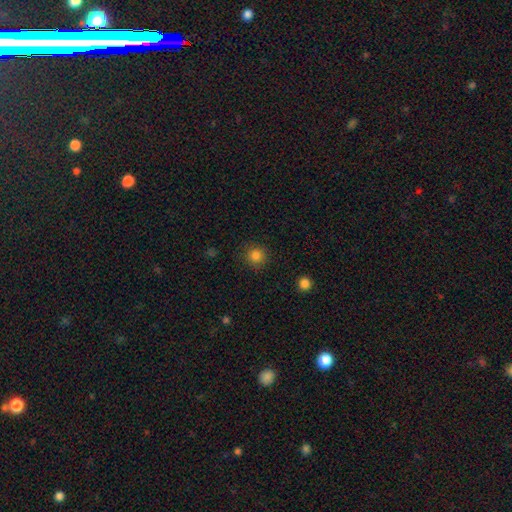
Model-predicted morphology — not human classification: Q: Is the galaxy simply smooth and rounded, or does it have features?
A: smooth — 83%.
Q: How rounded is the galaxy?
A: round — 94%.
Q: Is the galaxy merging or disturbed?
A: none — 90%.